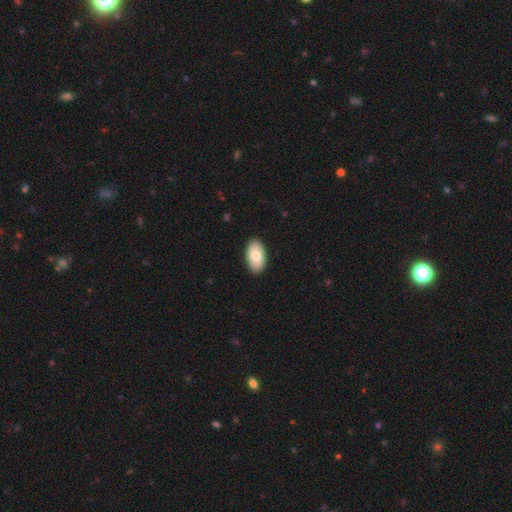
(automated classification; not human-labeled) Smooth or featured: smooth — 78% (featured or disk — 16%)
How rounded: in between — 95% (round — 3%)
Merging: none — 91% (minor disturbance — 7%)